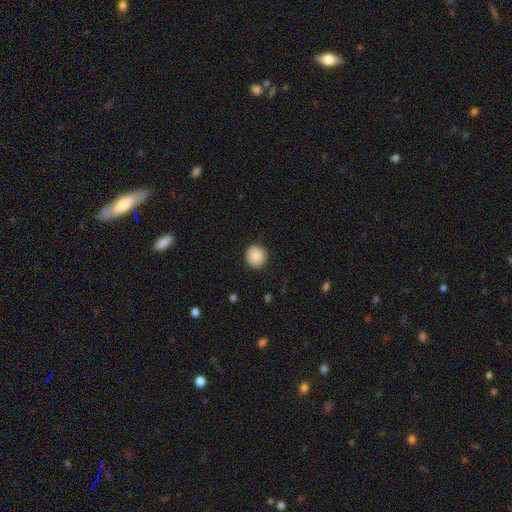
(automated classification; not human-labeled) smooth-or-featured: smooth: 88% | star or artifact: 8% | featured or disk: 4%
  how-rounded: round: 91% | in between: 8% | cigar-shaped: 1%
  merging: none: 90% | minor disturbance: 7% | major disturbance: 2% | merger: 1%